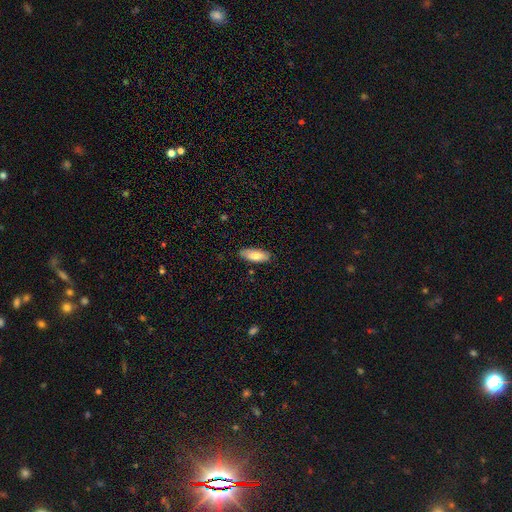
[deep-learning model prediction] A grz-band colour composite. It shows a smooth galaxy with no disk features (79%) that is in between round and cigar-shaped (77%). Merging: none (83%).